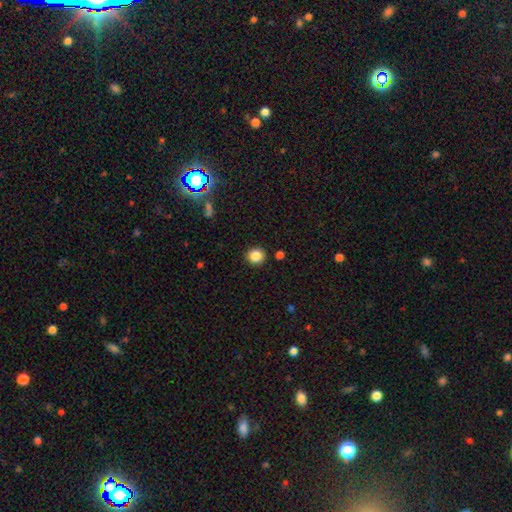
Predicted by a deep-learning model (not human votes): Smooth or featured? smooth (85%)
How rounded? round (91%)
Merging? none (90%)